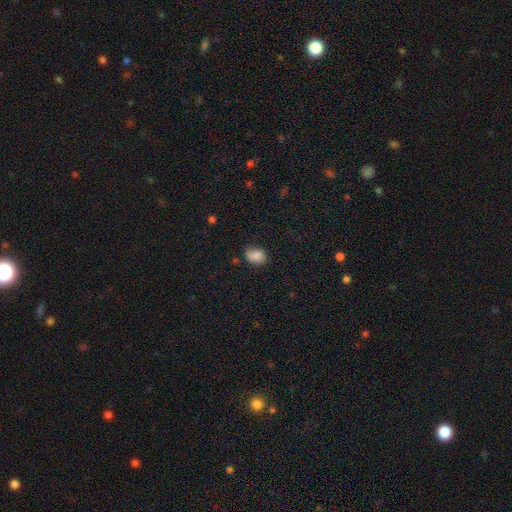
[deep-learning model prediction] A smooth galaxy with no disk features (84%) that is in between round and cigar-shaped (65%). Merging: none (69%).